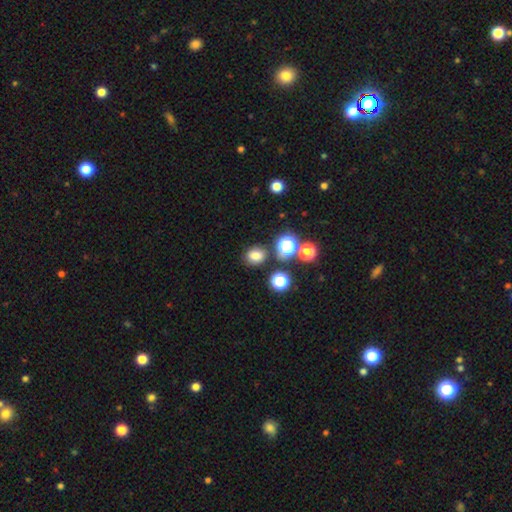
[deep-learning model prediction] Morphology: type=smooth (76%); roundness=round (53%); merging=none (77%).